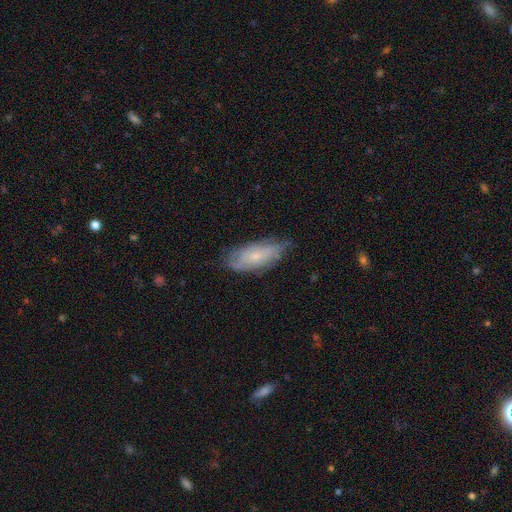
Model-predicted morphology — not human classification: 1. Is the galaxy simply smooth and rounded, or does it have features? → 47% smooth, 46% featured or disk, 7% star or artifact.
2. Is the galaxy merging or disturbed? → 64% none, 28% minor disturbance, 6% major disturbance, 1% merger.